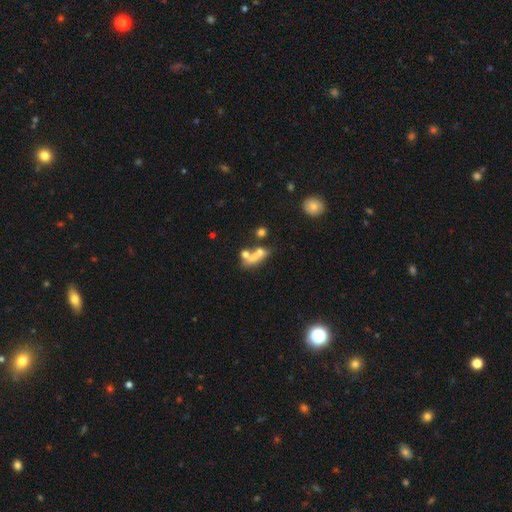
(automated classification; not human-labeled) smooth-or-featured: smooth: 54% | featured or disk: 31% | star or artifact: 14%
  how-rounded: in between: 51% | cigar-shaped: 33% | round: 16%
  merging: merger: 43% | none: 32% | minor disturbance: 12% | major disturbance: 12%